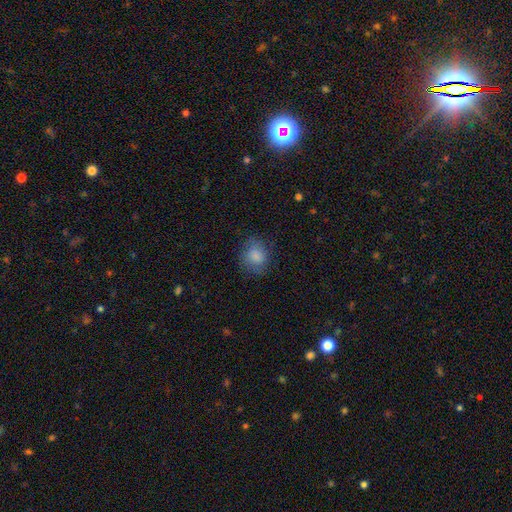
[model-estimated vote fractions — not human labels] This appears to be a smooth galaxy with no disk features (83%) that is round (65%). Merging: none (74%).